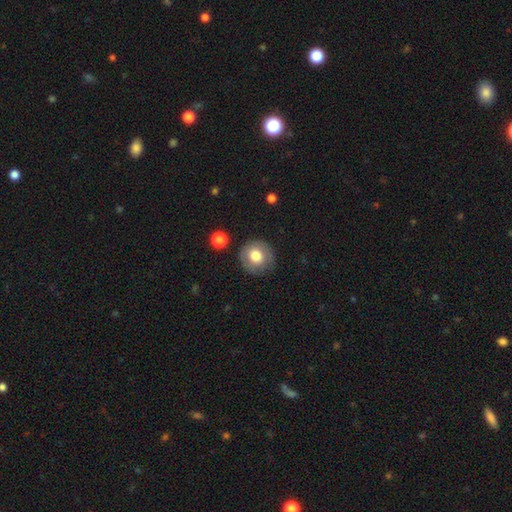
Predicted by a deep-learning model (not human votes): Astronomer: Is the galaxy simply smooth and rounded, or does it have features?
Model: smooth — 74%.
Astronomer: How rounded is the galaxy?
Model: round — 91%.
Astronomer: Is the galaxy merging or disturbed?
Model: none — 83%.